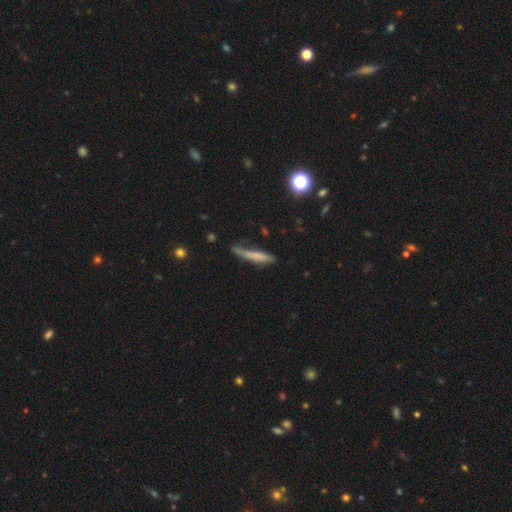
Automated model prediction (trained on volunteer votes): Overall: smooth (65%; featured or disk 27%). How rounded: cigar-shaped (89%). Merging: none (51%; minor disturbance 30%).